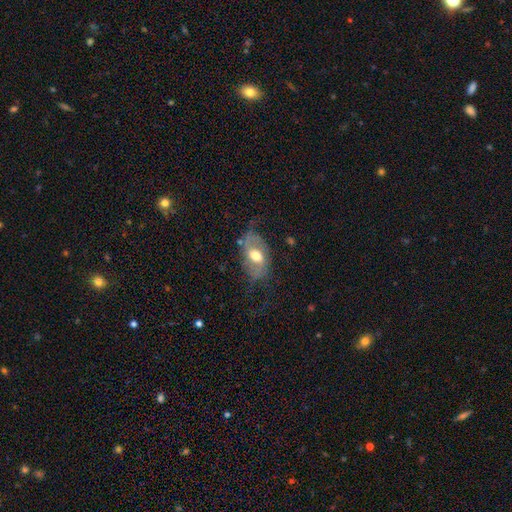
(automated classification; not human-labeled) Smooth or featured? featured or disk (56%)
Edge-on disk? no (92%)
Bar? weak (45%)
Spiral arms? yes (67%)
Bulge size? moderate (63%)
Merging? none (51%)